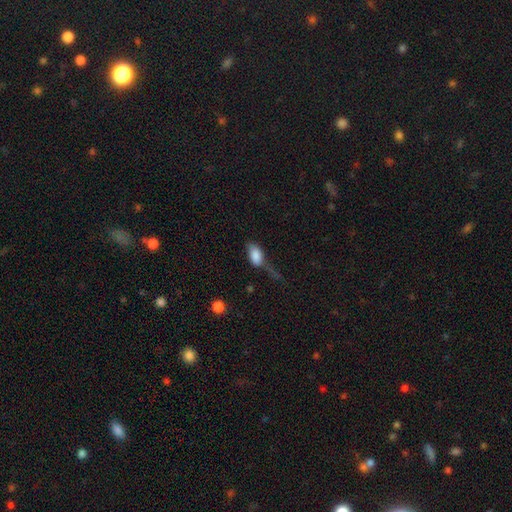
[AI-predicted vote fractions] The model was most divided on "merging": major disturbance: 36%, none: 27%, minor disturbance: 27%, merger: 10%. More confident: how rounded — in between (90%); smooth or featured — smooth (80%).